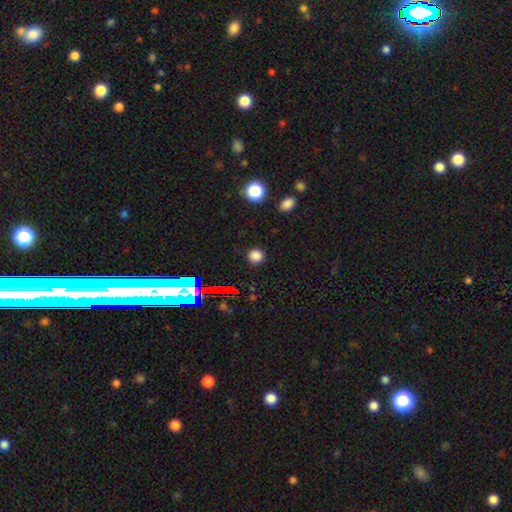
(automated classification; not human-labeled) smooth 79%, star or artifact 16%, featured or disk 5%. Down the decision tree: how rounded — round (92%); merging — none (89%).